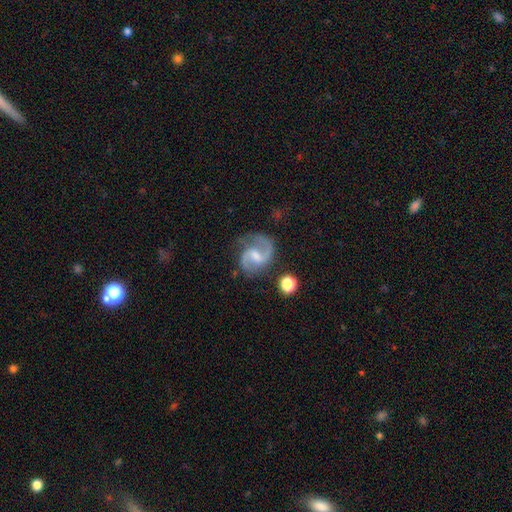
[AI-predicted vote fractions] Smooth or featured? featured or disk (87%)
Edge-on disk? no (98%)
Bar? weak (59%)
Spiral arms? yes (97%)
Spiral winding? medium (58%)
Spiral arm count? 2 (91%)
Bulge size? moderate (37%, tied with small)
Merging? none (74%)